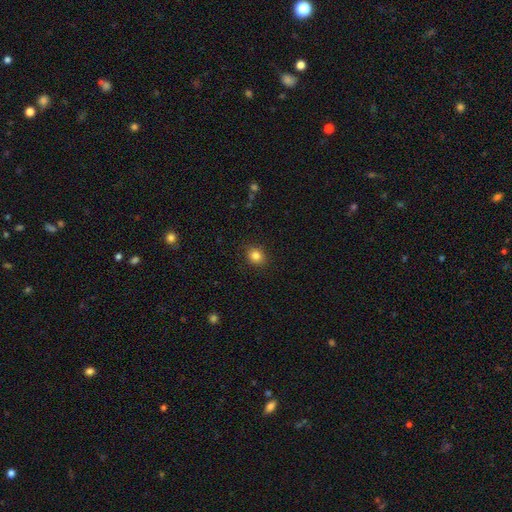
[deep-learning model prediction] Morphology: type=smooth (84%); roundness=round (72%); merging=none (90%).